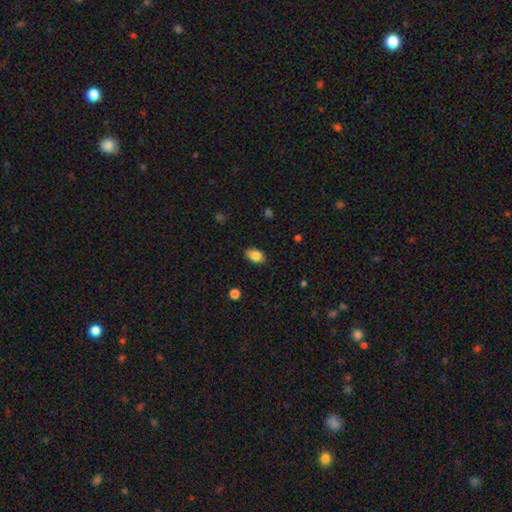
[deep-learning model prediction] Q: Smooth or featured?
A: smooth (84%); runner-up: featured or disk (8%)
Q: How rounded?
A: in between (88%); runner-up: round (10%)
Q: Merging?
A: none (84%); runner-up: minor disturbance (13%)